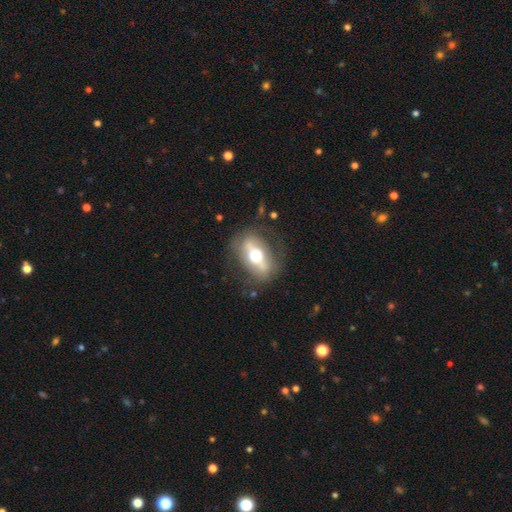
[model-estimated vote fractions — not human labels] Morphology: type=featured or disk (56%); edge-on=no (67%); merging=none (73%).